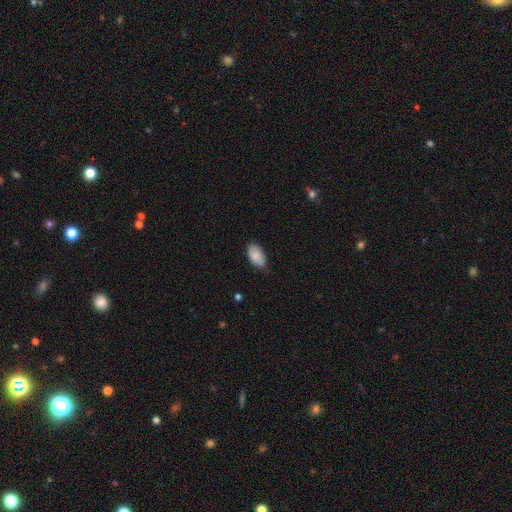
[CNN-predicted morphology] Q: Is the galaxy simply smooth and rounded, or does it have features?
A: smooth — 86%.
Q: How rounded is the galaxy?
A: in between — 95%.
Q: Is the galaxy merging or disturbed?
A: none — 75%.